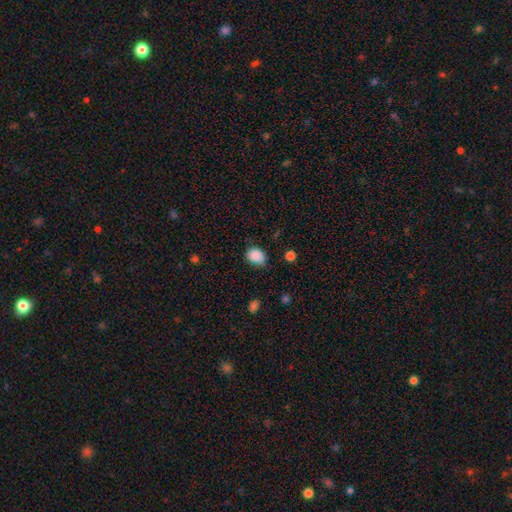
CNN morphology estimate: smooth_or_featured: smooth (p=0.88) [alt: star or artifact p=0.08]
how_rounded: in between (p=0.63) [alt: round p=0.36]
merging: none (p=0.69) [alt: minor disturbance p=0.25]